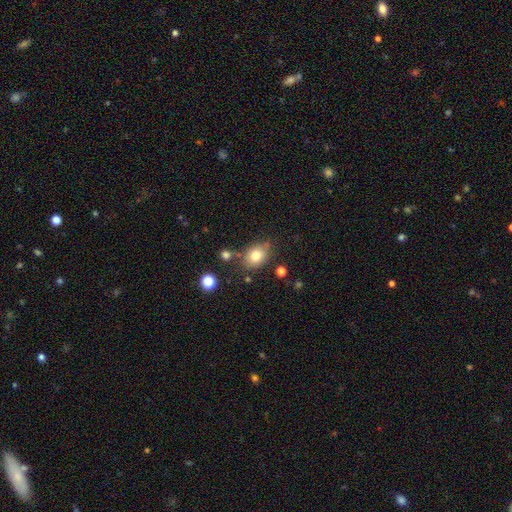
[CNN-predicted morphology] Smooth or featured? smooth (78%)
How rounded? in between (68%)
Merging? none (72%)